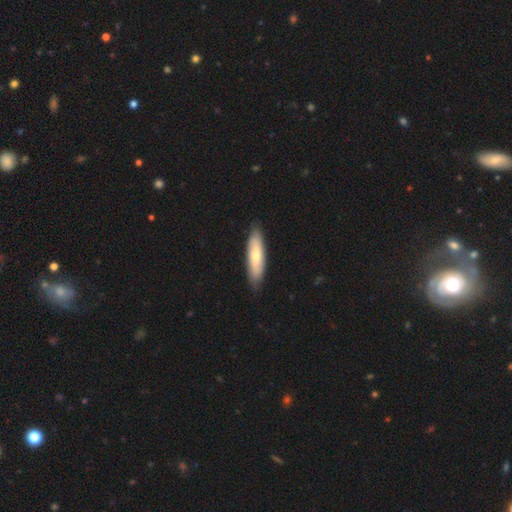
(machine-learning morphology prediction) smooth-or-featured: smooth: 63% | featured or disk: 32% | star or artifact: 5%
  how-rounded: cigar-shaped: 62% | in between: 37% | round: 2%
  merging: none: 86% | minor disturbance: 11% | major disturbance: 2% | merger: 1%